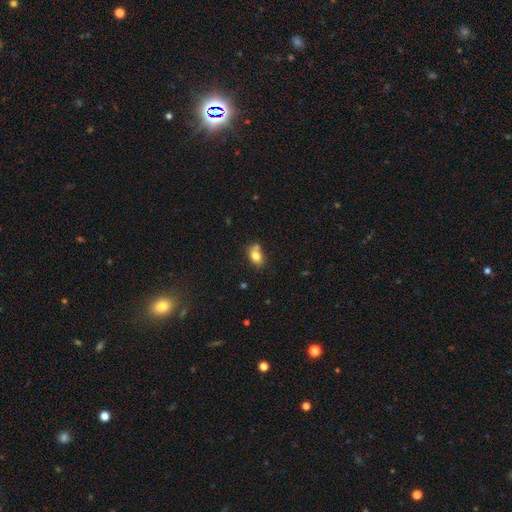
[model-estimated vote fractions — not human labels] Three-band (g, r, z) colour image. It shows a smooth galaxy with no disk features (78%) that is in between round and cigar-shaped (78%). Merging: none (54%).